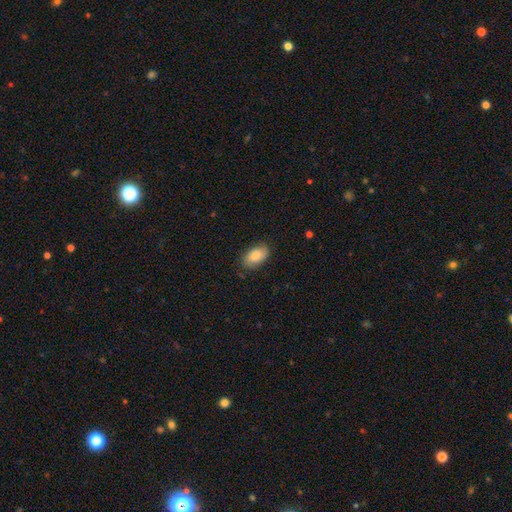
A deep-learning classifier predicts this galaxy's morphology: smooth 84%, featured or disk 10%, star or artifact 6%. Down the decision tree: how rounded — in between (93%); merging — none (80%).